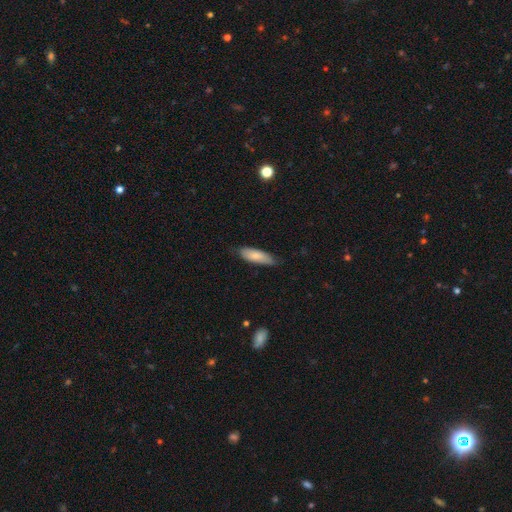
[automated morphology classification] Smooth or featured? Predicted: smooth (p=0.80). How rounded? Predicted: in between (p=0.59). Merging? Predicted: none (p=0.73).